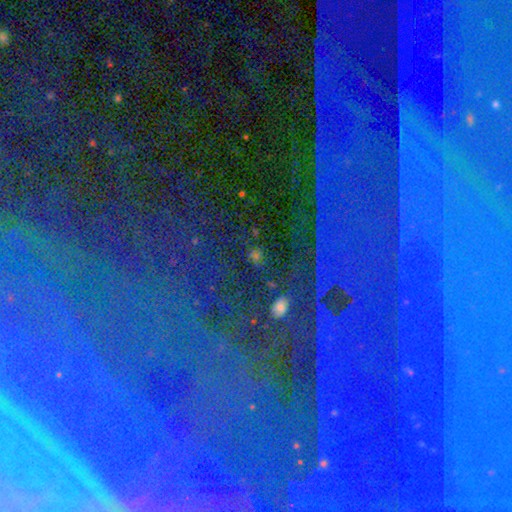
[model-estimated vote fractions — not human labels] Morphology: type=star or artifact (52%).